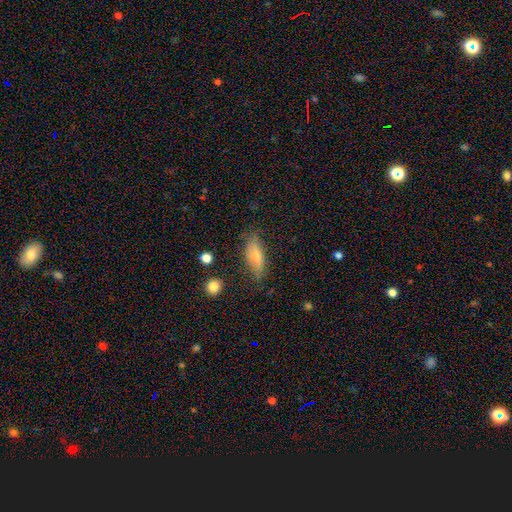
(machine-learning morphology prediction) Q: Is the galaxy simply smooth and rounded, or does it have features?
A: smooth — 65%.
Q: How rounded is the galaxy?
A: in between — 65%.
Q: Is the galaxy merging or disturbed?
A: none — 68%.